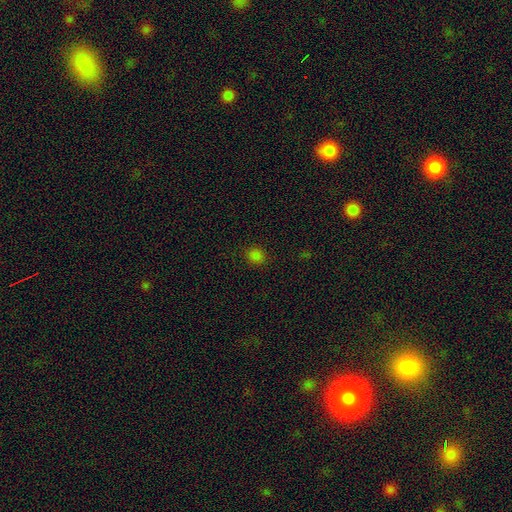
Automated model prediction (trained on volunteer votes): smooth_or_featured: smooth (p=0.80) [alt: star or artifact p=0.17]
how_rounded: round (p=0.82) [alt: in between p=0.17]
merging: none (p=0.89) [alt: minor disturbance p=0.07]